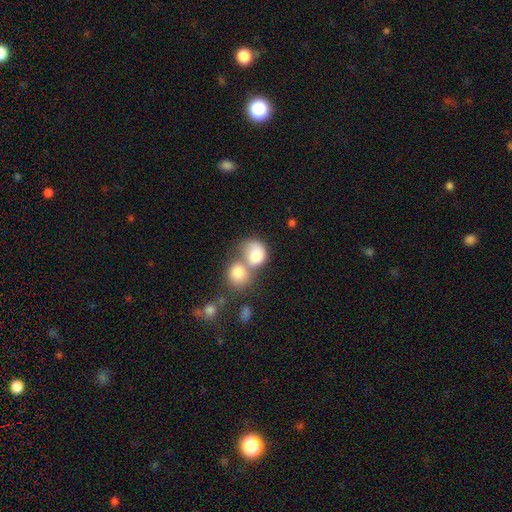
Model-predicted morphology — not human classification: smooth_or_featured: smooth (p=0.77) [alt: featured or disk p=0.15]
how_rounded: round (p=0.61) [alt: in between p=0.38]
merging: merger (p=0.64) [alt: none p=0.20]